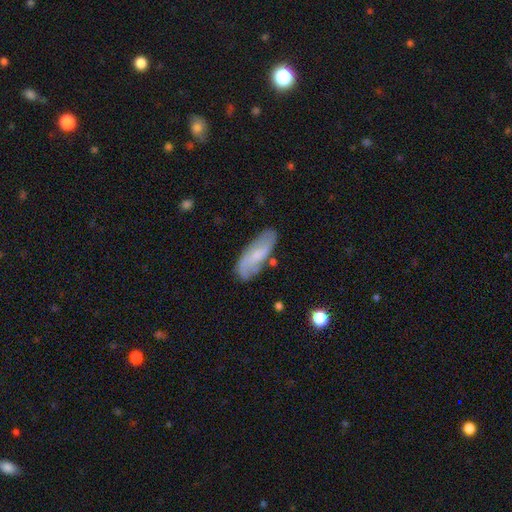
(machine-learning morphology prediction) Smooth or featured? Predicted: smooth (p=0.53). How rounded? Predicted: in between (p=0.66). Merging? Predicted: none (p=0.71).